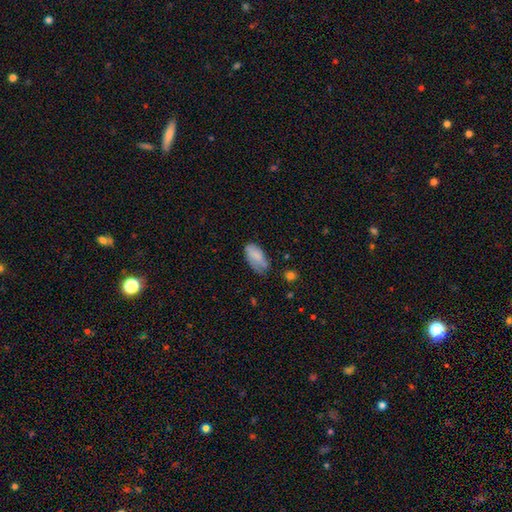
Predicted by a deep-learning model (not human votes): Overall: smooth (80%). How rounded: in between (93%). Merging: none (53%; minor disturbance 34%).